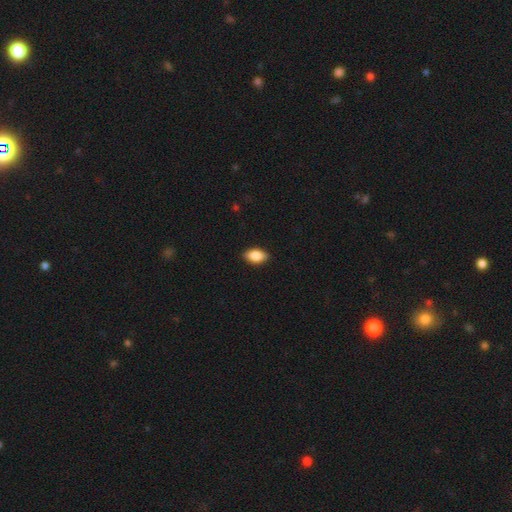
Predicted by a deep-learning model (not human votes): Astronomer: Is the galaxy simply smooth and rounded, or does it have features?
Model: smooth — 85%.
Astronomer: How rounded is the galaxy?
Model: in between — 91%.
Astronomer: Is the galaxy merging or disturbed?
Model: none — 88%.